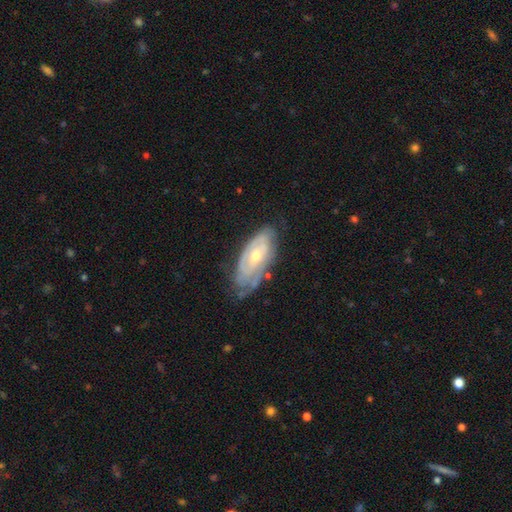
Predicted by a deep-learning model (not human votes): featured or disk 78%, smooth 17%, star or artifact 5%. Down the decision tree: edge-on disk — no (89%); bar — no (61%); spiral arms — yes (82%); spiral arm count — can't tell (48%); spiral winding — tight (68%); bulge size — moderate (57%); merging — none (65%).